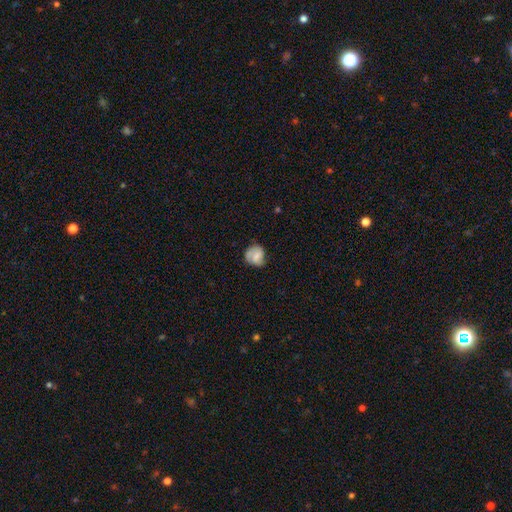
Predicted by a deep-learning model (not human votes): Overall: smooth (59%; featured or disk 33%). How rounded: round (74%). Merging: none (62%; minor disturbance 27%).